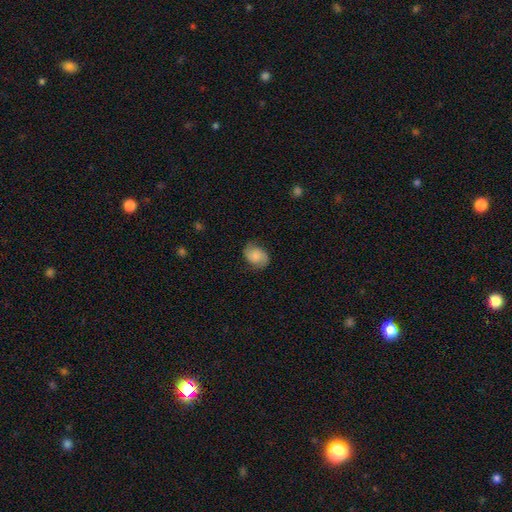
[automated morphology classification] This is possibly a smooth galaxy (54%). How rounded: likely in between (70%). Merging: likely none (76%).